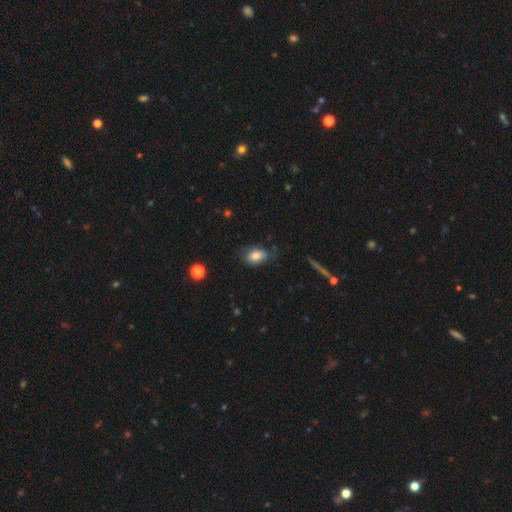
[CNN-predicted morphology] This is clearly a smooth galaxy (80%). How rounded: clearly in between (82%). Merging: likely none (69%).